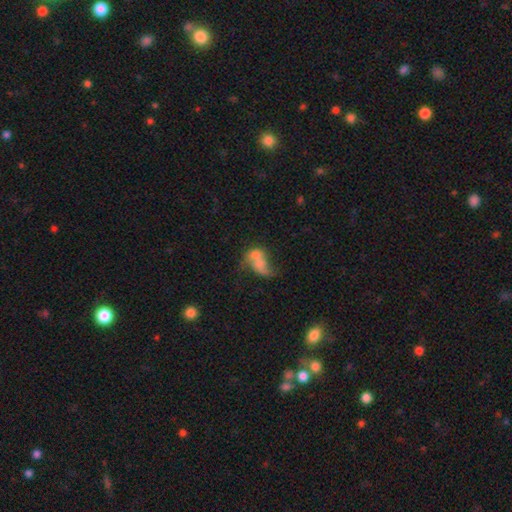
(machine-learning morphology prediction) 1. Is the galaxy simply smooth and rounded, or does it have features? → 51% smooth, 38% featured or disk, 11% star or artifact.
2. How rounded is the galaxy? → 76% in between, 20% round, 4% cigar-shaped.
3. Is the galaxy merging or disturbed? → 61% merger, 17% none, 12% major disturbance, 10% minor disturbance.